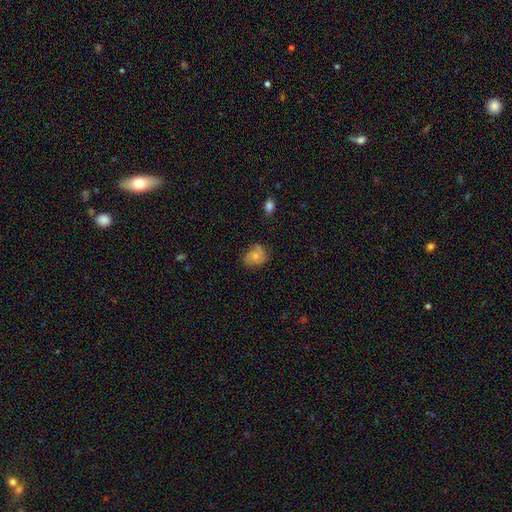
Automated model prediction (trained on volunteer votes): Smooth or featured? Predicted: smooth (p=0.55). How rounded? Predicted: round (p=0.53). Merging? Predicted: none (p=0.62).